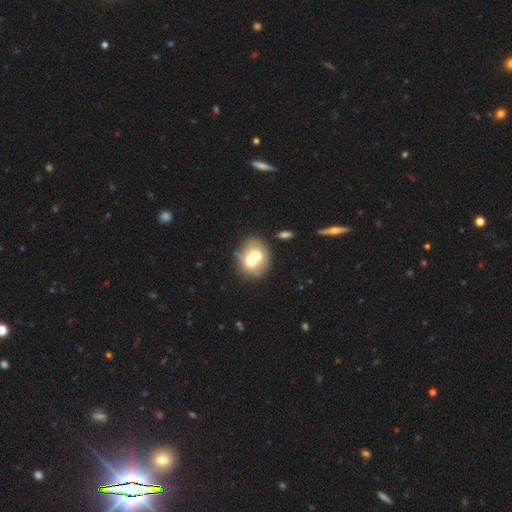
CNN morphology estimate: type=smooth (60%); roundness=round (63%); merging=merger (60%).